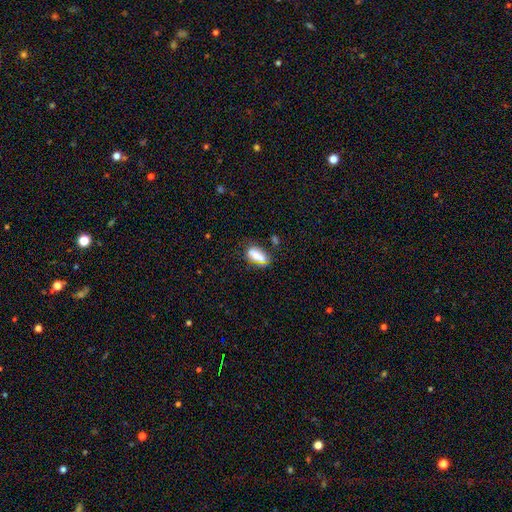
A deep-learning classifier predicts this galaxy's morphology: Smooth or featured?
  - smooth: 73% *
  - star or artifact: 14%
  - featured or disk: 13%
How rounded?
  - in between: 84% *
  - round: 8%
  - cigar-shaped: 7%
Merging?
  - none: 60% *
  - minor disturbance: 23%
  - major disturbance: 8%
  - merger: 8%